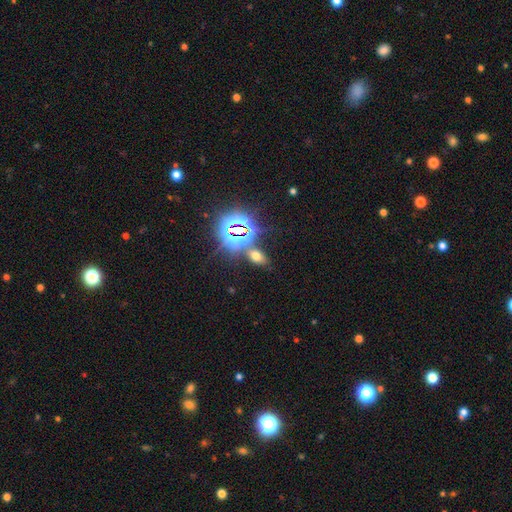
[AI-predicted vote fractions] smooth_or_featured: smooth (p=0.50) [alt: star or artifact p=0.40]
how_rounded: in between (p=0.86) [alt: round p=0.11]
merging: none (p=0.76) [alt: minor disturbance p=0.11]